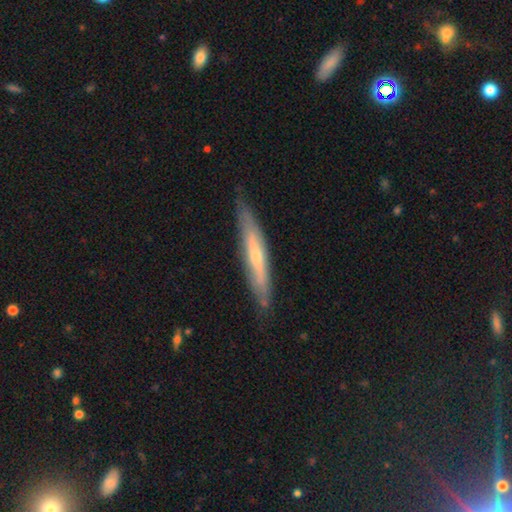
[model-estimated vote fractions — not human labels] smooth-or-featured: featured or disk: 57% | smooth: 38% | star or artifact: 6%
  disk-edge-on: yes: 82% | no: 18%
  merging: none: 80% | minor disturbance: 16% | major disturbance: 3% | merger: 1%